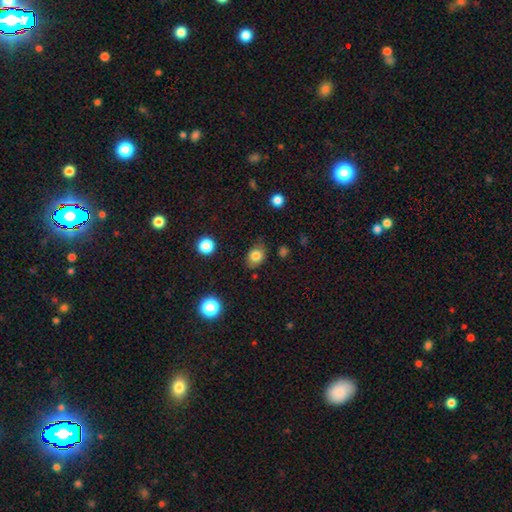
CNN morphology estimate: Overall: smooth (81%). How rounded: in between (61%; round 38%). Merging: none (77%).